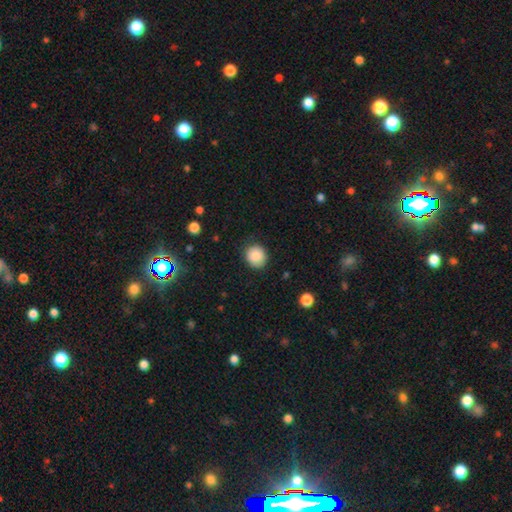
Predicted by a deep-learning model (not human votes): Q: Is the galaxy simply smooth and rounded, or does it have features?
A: smooth — 88%.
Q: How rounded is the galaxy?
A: round — 84%.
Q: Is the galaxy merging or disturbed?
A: none — 85%.